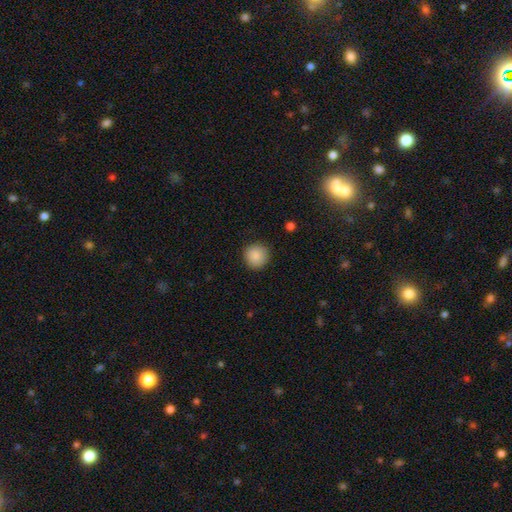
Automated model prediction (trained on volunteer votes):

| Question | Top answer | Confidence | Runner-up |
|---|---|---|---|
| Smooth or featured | smooth | 88% | star or artifact (9%) |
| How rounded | round | 94% | in between (5%) |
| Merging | none | 91% | minor disturbance (6%) |